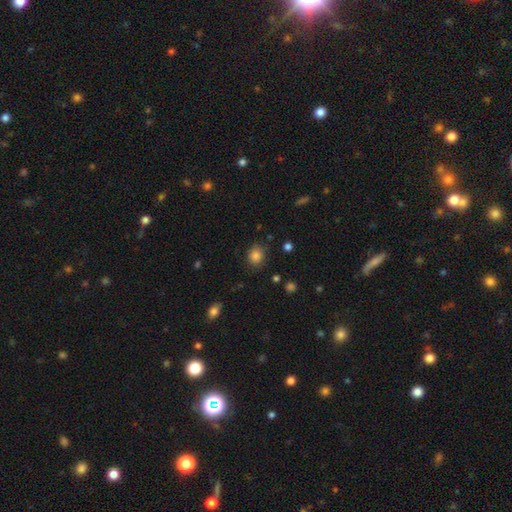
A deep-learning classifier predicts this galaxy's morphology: A smooth galaxy with no disk features (84%) that is round (69%).

Vote fractions:
- Smooth or featured? smooth: 84% / star or artifact: 11% / featured or disk: 5%
- How rounded? round: 69% / in between: 30% / cigar-shaped: 1%
- Merging? none: 83% / minor disturbance: 11% / major disturbance: 3% / merger: 2%